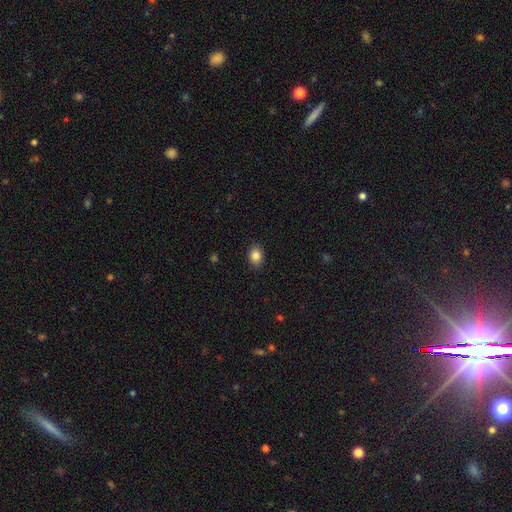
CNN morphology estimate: Smooth or featured: smooth — 85% (star or artifact — 9%)
How rounded: in between — 61% (round — 38%)
Merging: none — 88% (minor disturbance — 9%)